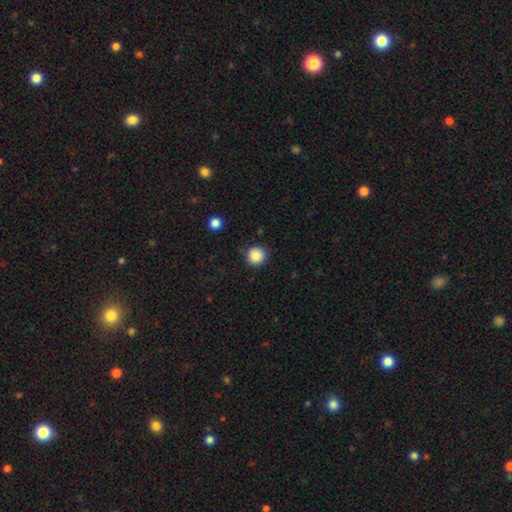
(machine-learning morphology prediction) Smooth or featured? smooth (87%)
How rounded? round (93%)
Merging? none (87%)